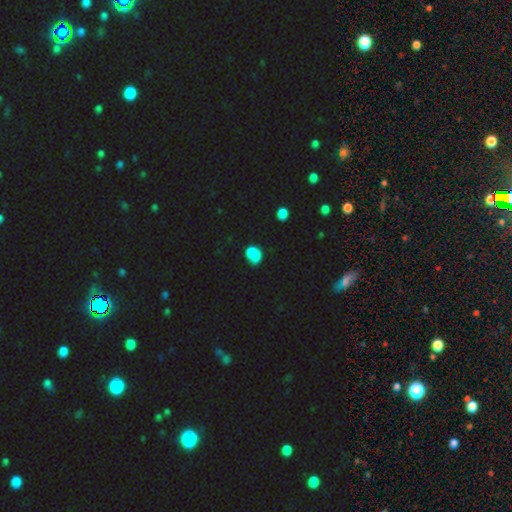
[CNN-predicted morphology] type=smooth (69%); roundness=in between (49%, tied with round); merging=merger (43%).